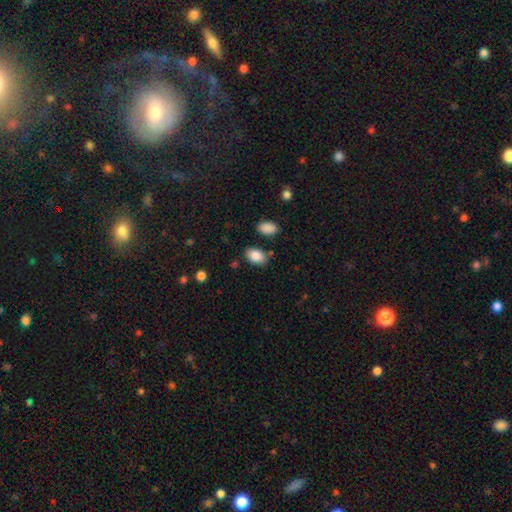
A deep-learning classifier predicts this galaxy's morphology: smooth_or_featured: smooth (p=0.87) [alt: star or artifact p=0.08]
how_rounded: in between (p=0.88) [alt: round p=0.11]
merging: none (p=0.78) [alt: minor disturbance p=0.13]